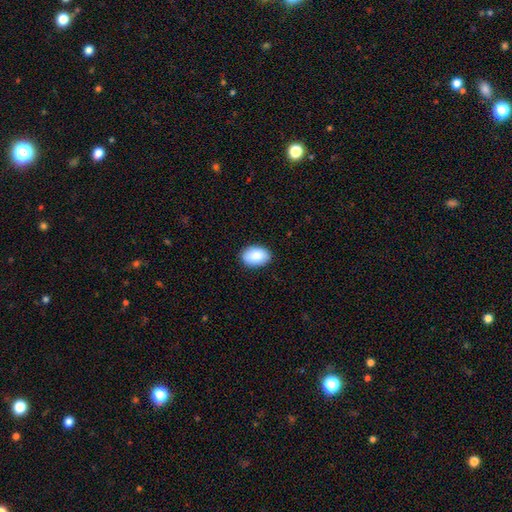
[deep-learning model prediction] A smooth galaxy with no disk features (89%) that is in between round and cigar-shaped (87%).

Vote fractions:
- Smooth or featured? smooth: 89% / star or artifact: 6% / featured or disk: 5%
- How rounded? in between: 87% / round: 11% / cigar-shaped: 1%
- Merging? none: 89% / minor disturbance: 9% / major disturbance: 2% / merger: 1%